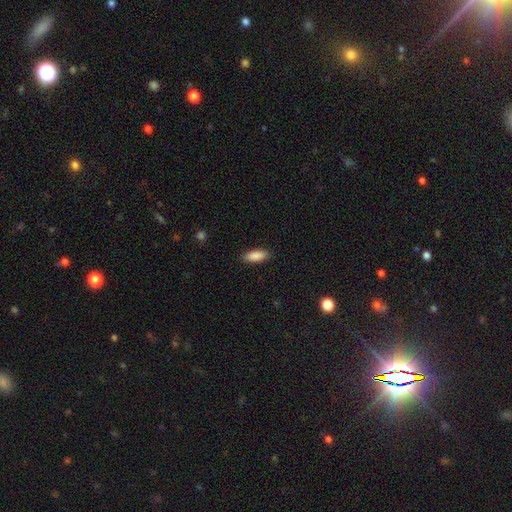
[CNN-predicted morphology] Smooth or featured?
  - smooth: 90% *
  - star or artifact: 6%
  - featured or disk: 4%
How rounded?
  - in between: 76% *
  - cigar-shaped: 22%
  - round: 2%
Merging?
  - none: 89% *
  - minor disturbance: 8%
  - major disturbance: 2%
  - merger: 1%